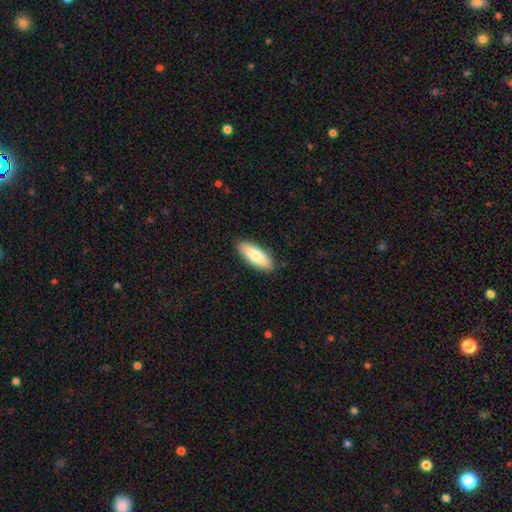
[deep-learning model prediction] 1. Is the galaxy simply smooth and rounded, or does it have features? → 79% smooth, 15% featured or disk, 6% star or artifact.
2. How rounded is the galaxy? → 67% in between, 31% cigar-shaped, 2% round.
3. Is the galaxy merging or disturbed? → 89% none, 8% minor disturbance, 2% major disturbance, 1% merger.